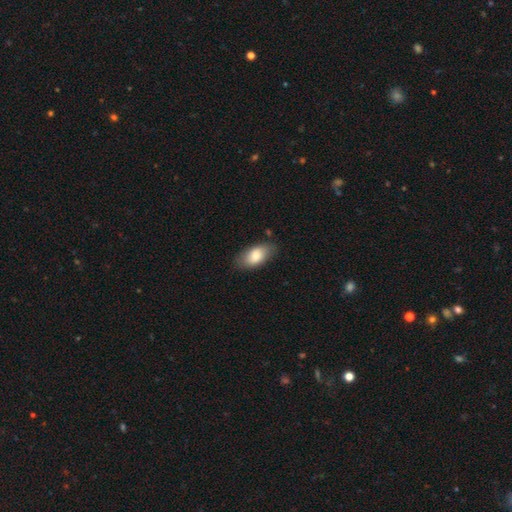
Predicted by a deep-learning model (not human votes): This is clearly a smooth galaxy (81%). How rounded: clearly in between (92%). Merging: likely none (80%).